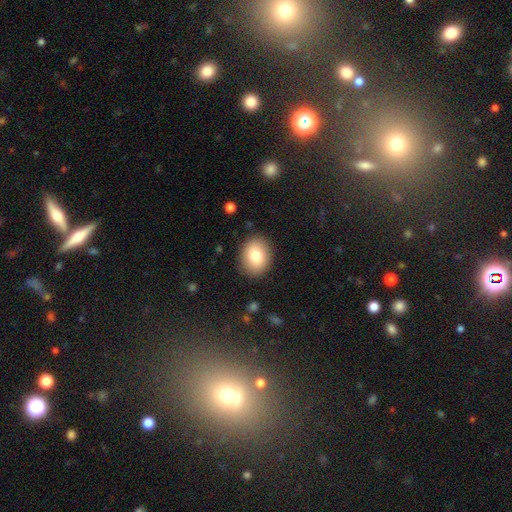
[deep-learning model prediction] Overall: smooth (80%). How rounded: round (51%; in between 48%). Merging: none (88%).